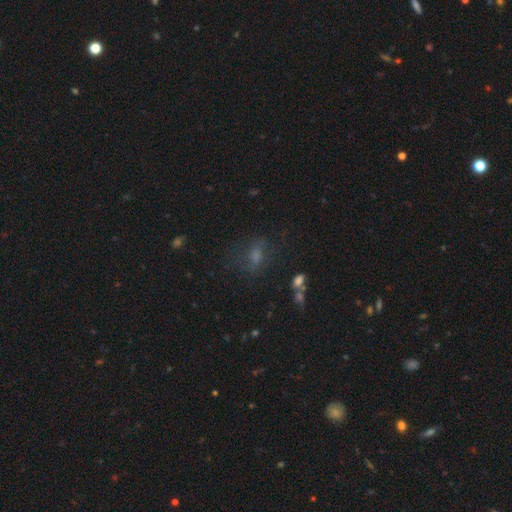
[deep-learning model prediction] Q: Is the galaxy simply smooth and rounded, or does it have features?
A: smooth — 46%.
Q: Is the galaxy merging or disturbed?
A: none — 61%.